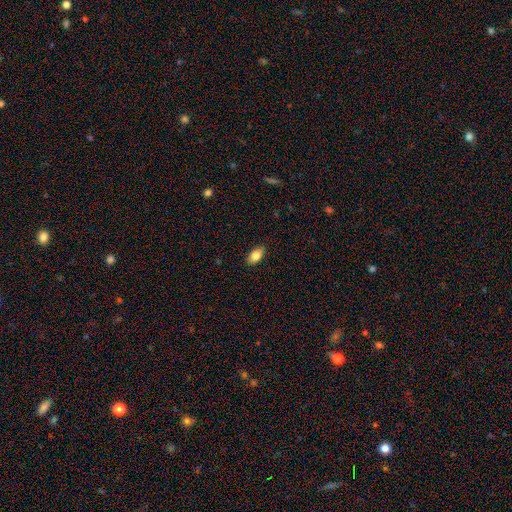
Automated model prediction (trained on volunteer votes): Smooth or featured?
  - smooth: 81% *
  - featured or disk: 11%
  - star or artifact: 7%
How rounded?
  - in between: 90% *
  - round: 5%
  - cigar-shaped: 5%
Merging?
  - none: 87% *
  - minor disturbance: 10%
  - major disturbance: 2%
  - merger: 1%